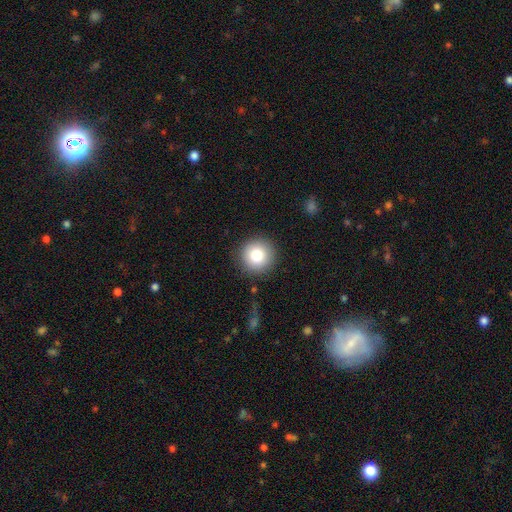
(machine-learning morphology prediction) This is clearly a smooth galaxy (82%). How rounded: clearly round (95%). Merging: clearly none (89%).